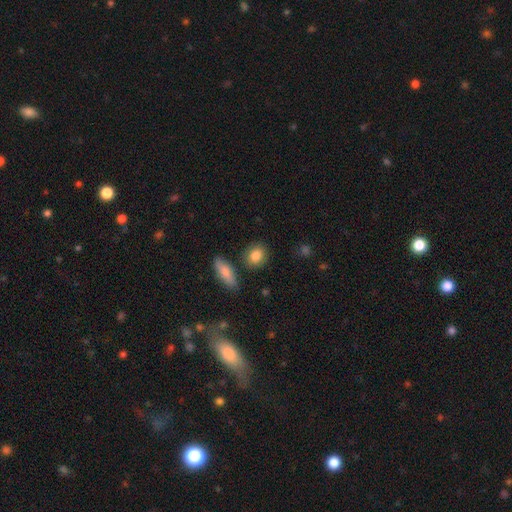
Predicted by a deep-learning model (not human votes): This is clearly a smooth galaxy (85%). How rounded: likely round (65%). Merging: clearly none (84%).